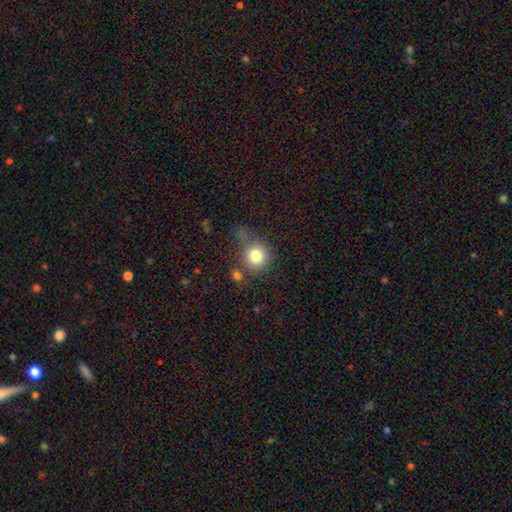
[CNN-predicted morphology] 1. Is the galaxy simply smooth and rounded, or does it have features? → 80% smooth, 11% star or artifact, 9% featured or disk.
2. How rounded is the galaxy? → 90% round, 9% in between, 1% cigar-shaped.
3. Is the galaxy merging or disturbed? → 60% none, 18% minor disturbance, 12% merger, 10% major disturbance.